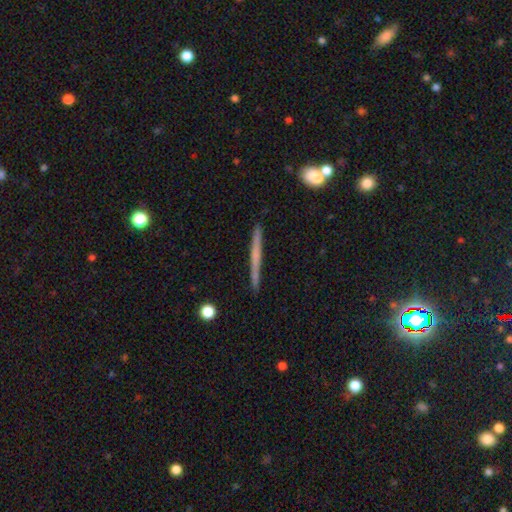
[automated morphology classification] Smooth or featured? featured or disk (50%)
Merging? none (91%)